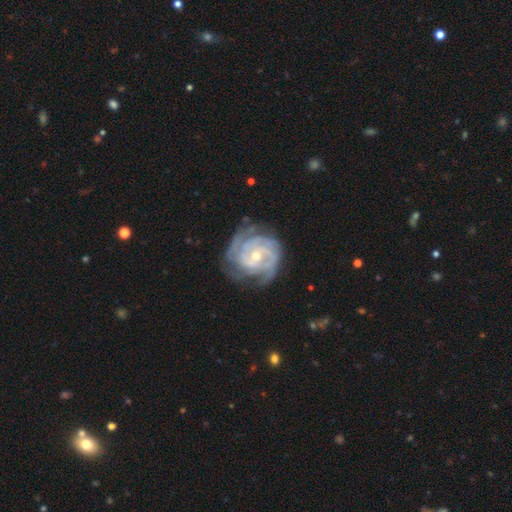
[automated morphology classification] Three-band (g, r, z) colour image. It shows a featured or disk galaxy (90%) with no bar (59%), 3 (28%) tight (72%) spiral arms (98%) and a small central bulge (53%). Merging: none (71%).